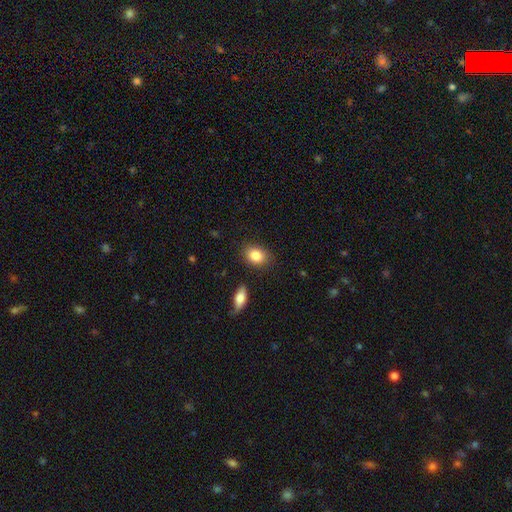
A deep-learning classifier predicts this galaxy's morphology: This appears to be a smooth galaxy with no disk features (85%) that is in between round and cigar-shaped (69%). Merging: none (84%).